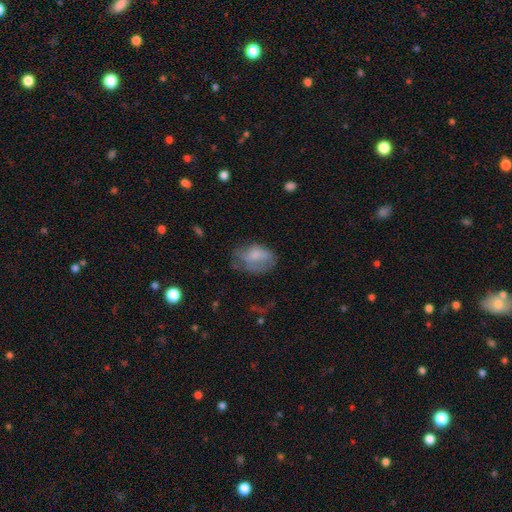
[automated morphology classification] This appears to be a smooth galaxy with no disk features (62%) that is in between round and cigar-shaped (81%). Merging: none (42%).